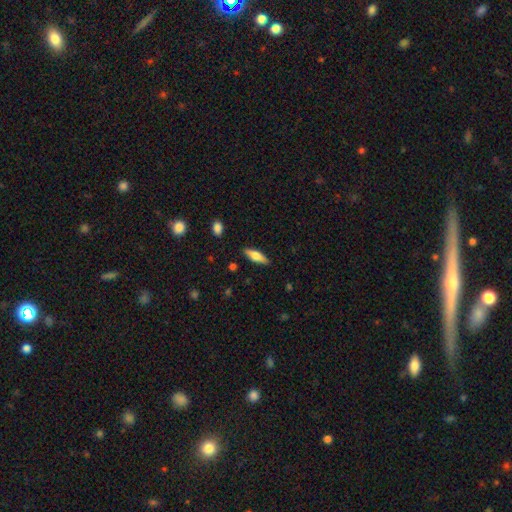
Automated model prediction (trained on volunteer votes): Smooth or featured? Predicted: smooth (p=0.63). How rounded? Predicted: in between (p=0.50). Merging? Predicted: none (p=0.87).